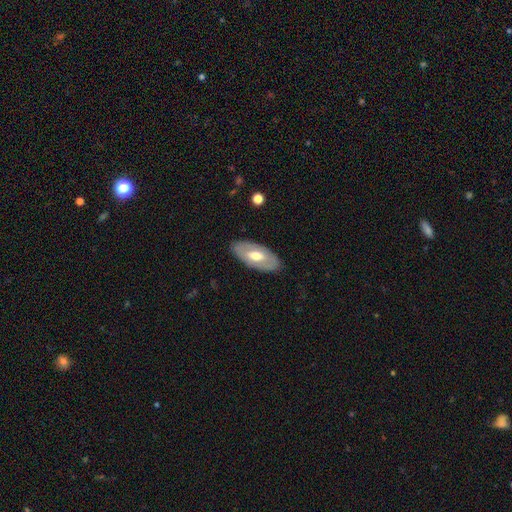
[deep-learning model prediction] Smooth or featured? Predicted: featured or disk (p=0.50). Edge-on disk? Predicted: no (p=0.83). Merging? Predicted: none (p=0.85).